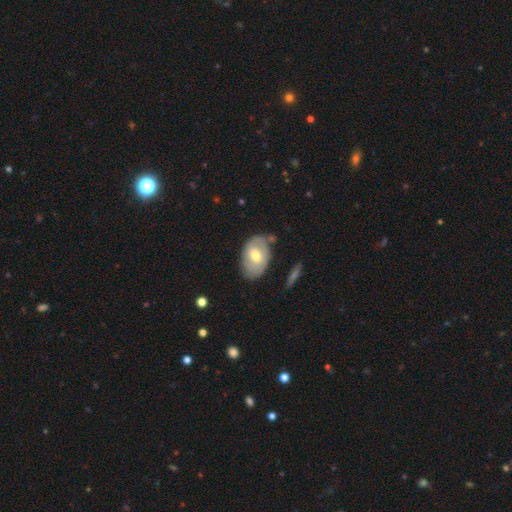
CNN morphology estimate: Smooth or featured? Predicted: smooth (p=0.50). Merging? Predicted: none (p=0.63).